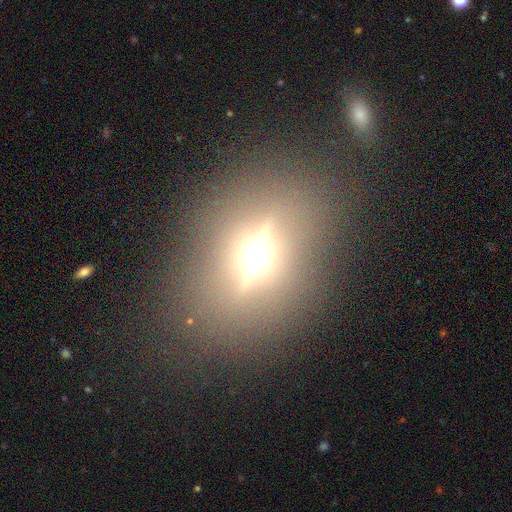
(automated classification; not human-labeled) Q: Smooth or featured?
A: featured or disk (68%); runner-up: smooth (17%)
Q: Edge-on disk?
A: yes (85%); runner-up: no (15%)
Q: Edge-on bulge?
A: rounded (93%); runner-up: boxy (5%)
Q: Merging?
A: none (85%); runner-up: minor disturbance (8%)